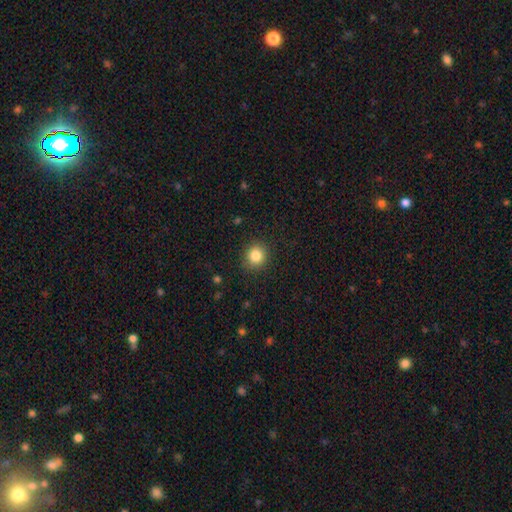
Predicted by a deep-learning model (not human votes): A smooth galaxy with no disk features (85%) that is round (88%).

Vote fractions:
- Smooth or featured? smooth: 85% / star or artifact: 10% / featured or disk: 5%
- How rounded? round: 88% / in between: 11% / cigar-shaped: 1%
- Merging? none: 89% / minor disturbance: 7% / major disturbance: 3% / merger: 1%